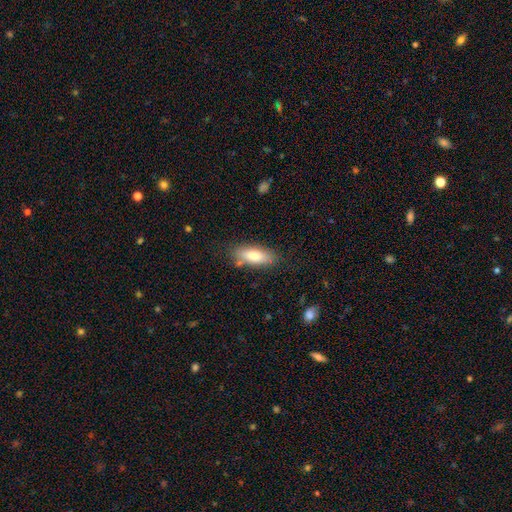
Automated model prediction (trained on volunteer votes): A smooth galaxy with no disk features (76%) that is in between round and cigar-shaped (75%). Merging: none (78%).